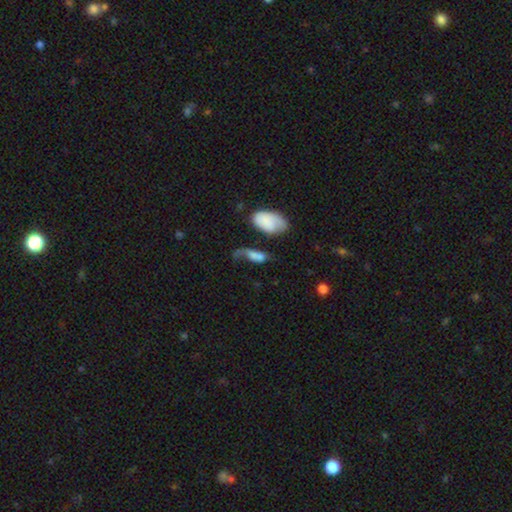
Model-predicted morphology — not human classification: Overall: smooth (60%; featured or disk 29%). How rounded: in between (75%). Merging: major disturbance (31%; none 28%).